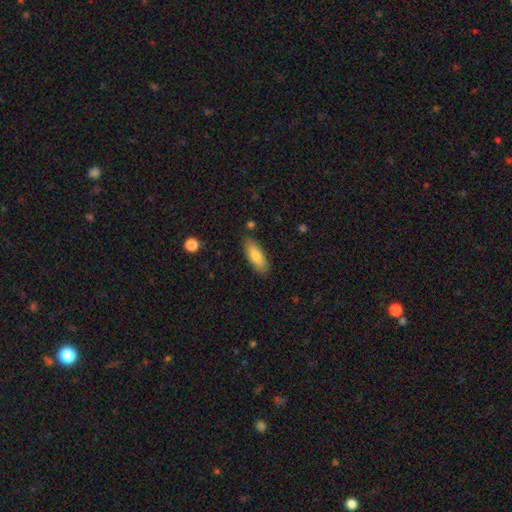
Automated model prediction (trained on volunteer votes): The model was most divided on "how rounded": in between: 67%, cigar-shaped: 31%, round: 2%. More confident: merging — none (85%); smooth or featured — smooth (78%).